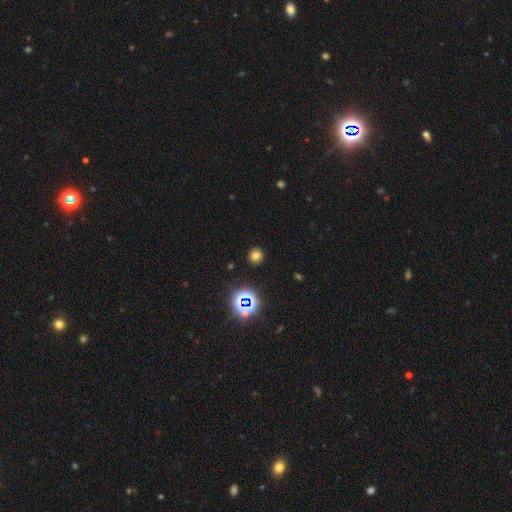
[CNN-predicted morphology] Smooth or featured?
  - smooth: 69% *
  - star or artifact: 23%
  - featured or disk: 8%
How rounded?
  - round: 82% *
  - in between: 17%
  - cigar-shaped: 1%
Merging?
  - none: 89% *
  - minor disturbance: 7%
  - major disturbance: 3%
  - merger: 1%